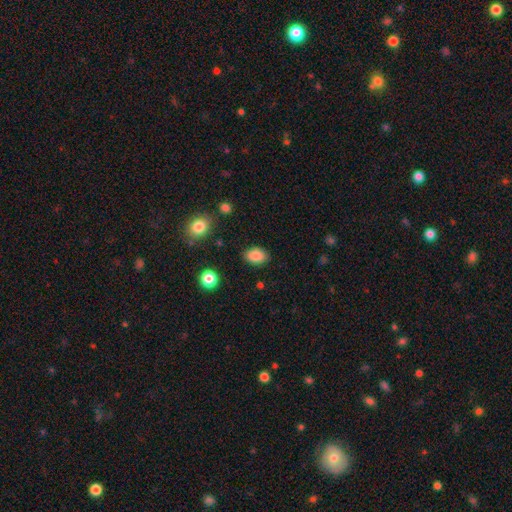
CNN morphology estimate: smooth_or_featured: smooth (p=0.87) [alt: star or artifact p=0.08]
how_rounded: in between (p=0.79) [alt: round p=0.20]
merging: none (p=0.86) [alt: minor disturbance p=0.10]